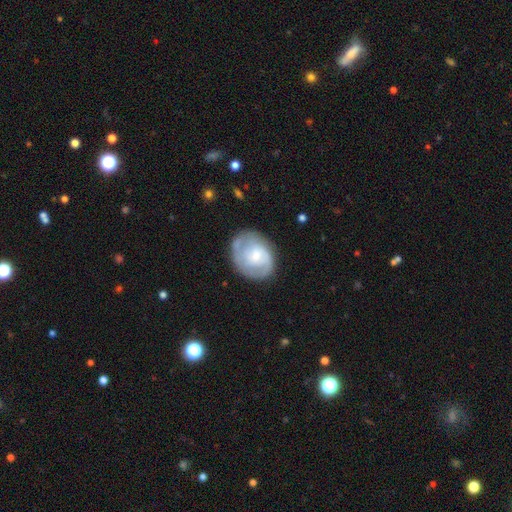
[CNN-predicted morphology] featured or disk 66%, smooth 28%, star or artifact 6%. Down the decision tree: edge-on disk — no (98%); bar — no (53%); spiral arms — yes (86%); spiral arm count — 2 (47%); spiral winding — tight (45%); bulge size — small (54%); merging — none (69%).